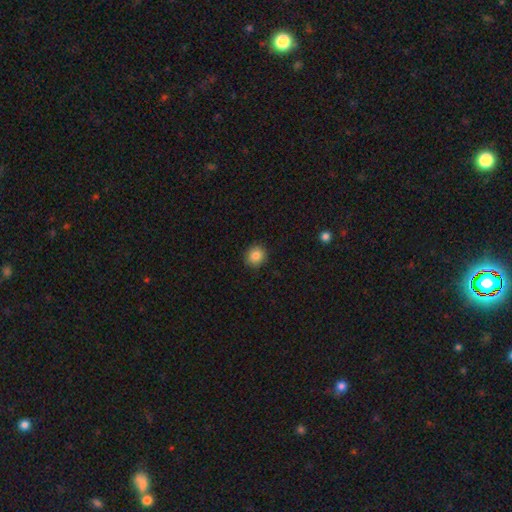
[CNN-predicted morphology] Smooth or featured?
  - smooth: 85% *
  - star or artifact: 10%
  - featured or disk: 5%
How rounded?
  - round: 88% *
  - in between: 11%
  - cigar-shaped: 1%
Merging?
  - none: 91% *
  - minor disturbance: 7%
  - major disturbance: 2%
  - merger: 1%